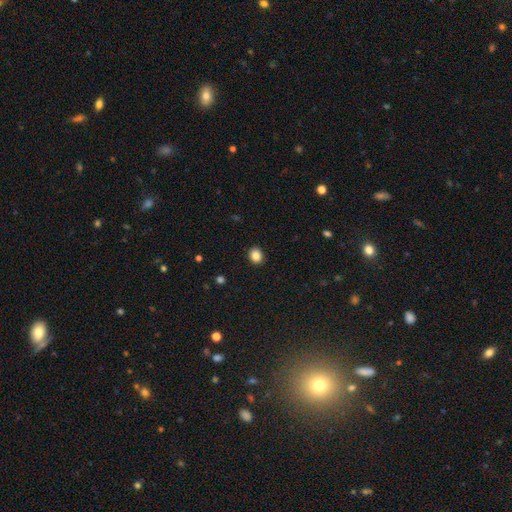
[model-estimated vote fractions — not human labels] A smooth galaxy with no disk features (86%) that is round (63%). Merging: none (91%).